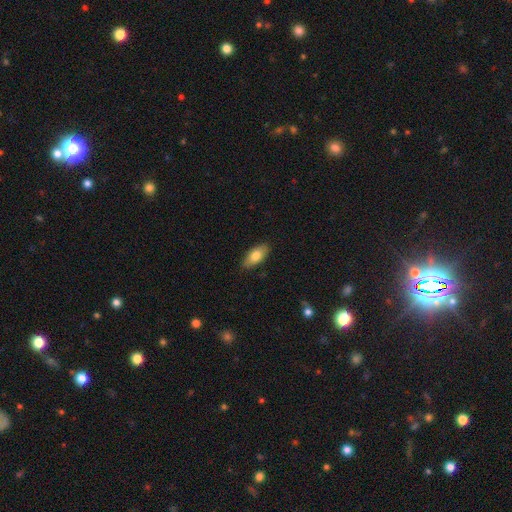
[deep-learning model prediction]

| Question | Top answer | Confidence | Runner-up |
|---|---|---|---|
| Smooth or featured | smooth | 78% | featured or disk (16%) |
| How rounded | in between | 86% | cigar-shaped (11%) |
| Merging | none | 87% | minor disturbance (10%) |